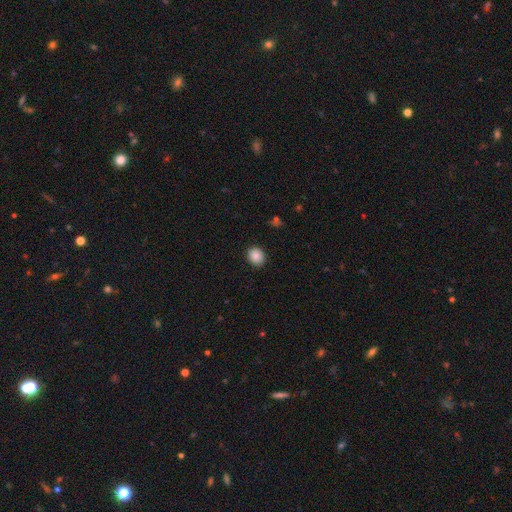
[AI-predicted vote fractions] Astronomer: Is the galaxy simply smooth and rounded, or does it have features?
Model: smooth — 88%.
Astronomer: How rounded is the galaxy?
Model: round — 65%.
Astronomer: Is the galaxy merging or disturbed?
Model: none — 89%.